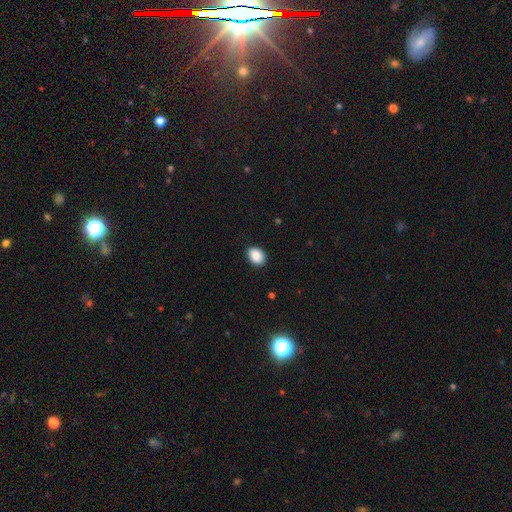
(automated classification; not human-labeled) Smooth or featured? smooth (88%)
How rounded? in between (71%)
Merging? none (87%)